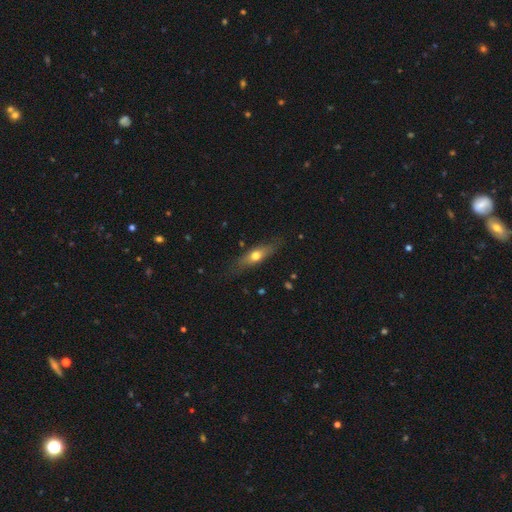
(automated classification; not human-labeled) smooth 56%, featured or disk 38%, star or artifact 6%. Down the decision tree: how rounded — cigar-shaped (53%); merging — none (78%).